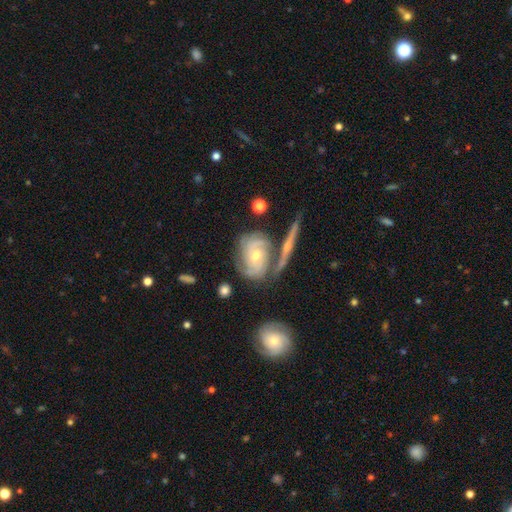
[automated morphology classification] Overall: featured or disk (83%). Edge-on disk: no (94%). Bar: no (67%). Spiral arms: yes (95%). Spiral arm count: 3 (32%; 2 26%). Spiral winding: tight (64%; medium 30%). Bulge size: moderate (53%; small 43%). Merging: none (58%; minor disturbance 18%).